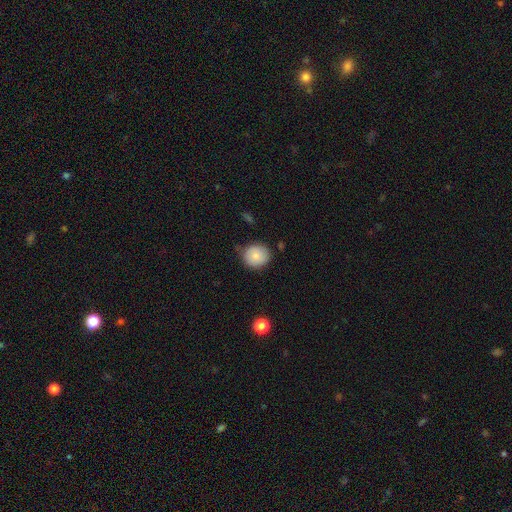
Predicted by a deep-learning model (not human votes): Smooth or featured? smooth (80%)
How rounded? round (85%)
Merging? none (76%)